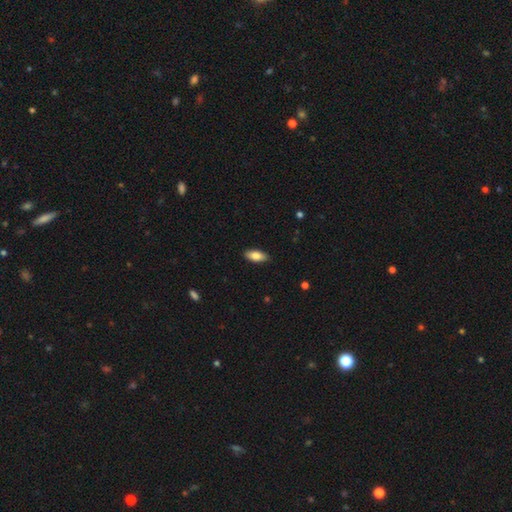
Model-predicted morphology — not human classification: Overall: smooth (83%). How rounded: in between (87%). Merging: none (88%).